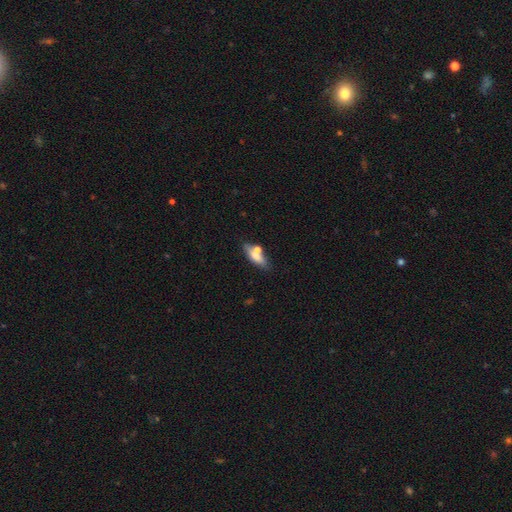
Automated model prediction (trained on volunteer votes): This is likely a smooth galaxy (66%). How rounded: possibly in between (59%). Merging: likely none (64%).